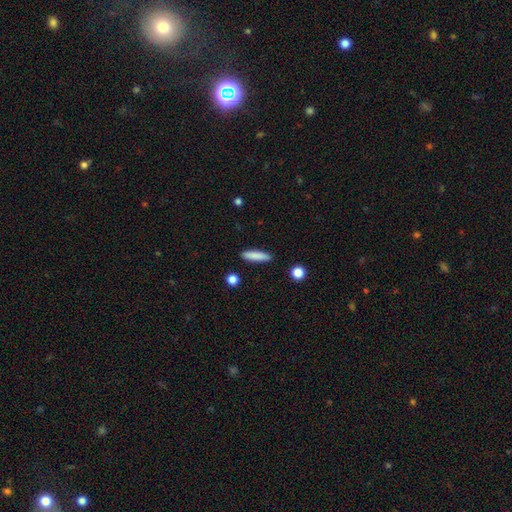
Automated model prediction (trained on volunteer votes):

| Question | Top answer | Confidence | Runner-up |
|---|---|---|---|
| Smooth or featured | smooth | 84% | featured or disk (9%) |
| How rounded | cigar-shaped | 82% | in between (17%) |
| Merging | none | 89% | minor disturbance (7%) |